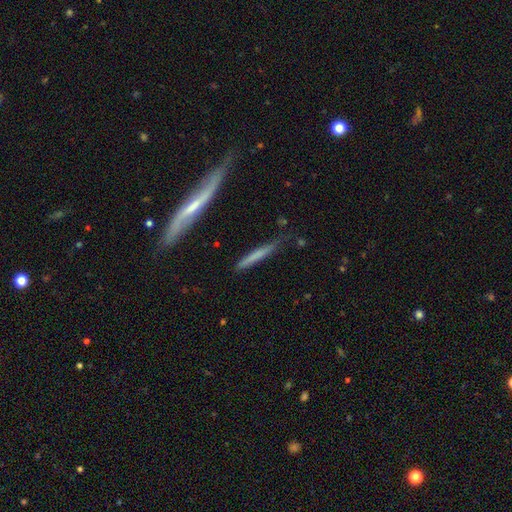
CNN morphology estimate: A smooth galaxy with no disk features (59%) that is cigar-shaped (94%).

Vote fractions:
- Smooth or featured? smooth: 59% / featured or disk: 34% / star or artifact: 7%
- How rounded? cigar-shaped: 94% / in between: 5% / round: 2%
- Merging? none: 73% / minor disturbance: 19% / major disturbance: 4% / merger: 4%